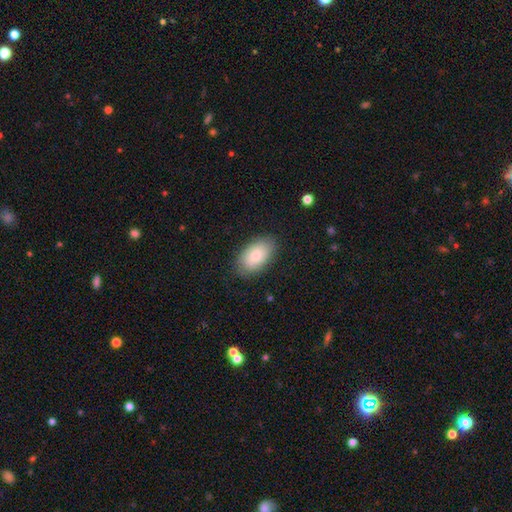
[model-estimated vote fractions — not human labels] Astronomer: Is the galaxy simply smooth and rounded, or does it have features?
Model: smooth — 85%.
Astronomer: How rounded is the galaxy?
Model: in between — 94%.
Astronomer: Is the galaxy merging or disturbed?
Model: none — 84%.